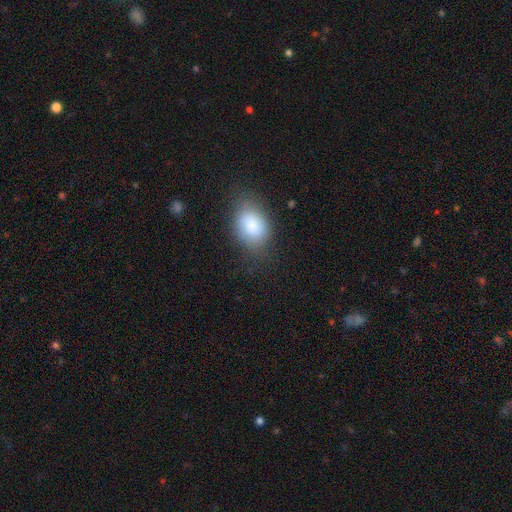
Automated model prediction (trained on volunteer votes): Smooth or featured?
  - smooth: 79% *
  - star or artifact: 11%
  - featured or disk: 9%
How rounded?
  - in between: 71% *
  - round: 27%
  - cigar-shaped: 2%
Merging?
  - none: 77% *
  - minor disturbance: 18%
  - major disturbance: 4%
  - merger: 1%